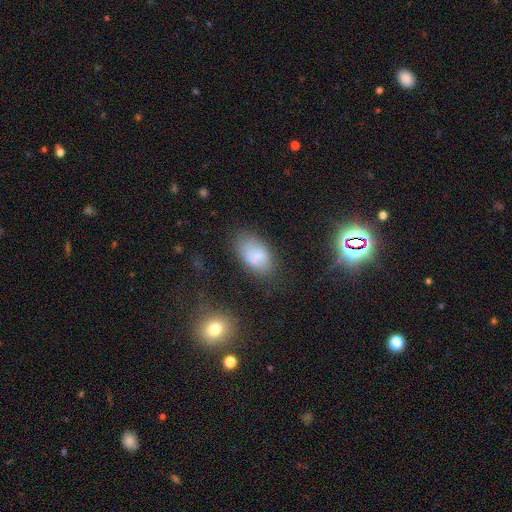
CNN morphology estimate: This appears to be a smooth galaxy with no disk features (76%) that is in between round and cigar-shaped (93%). Merging: none (66%).